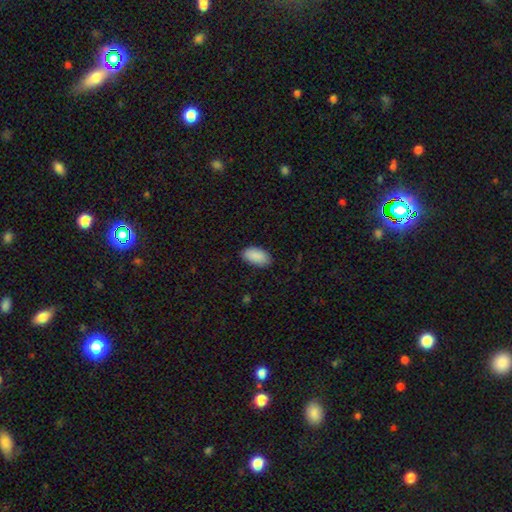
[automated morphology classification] The model was most divided on "merging": none: 85%, minor disturbance: 12%, major disturbance: 2%, merger: 1%. More confident: how rounded — in between (95%); smooth or featured — smooth (91%).